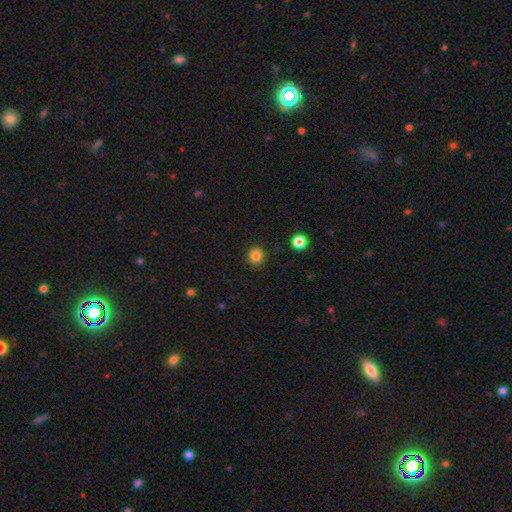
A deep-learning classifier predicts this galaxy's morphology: Smooth or featured: smooth — 85% (star or artifact — 12%)
How rounded: round — 78% (in between — 21%)
Merging: none — 90% (minor disturbance — 7%)